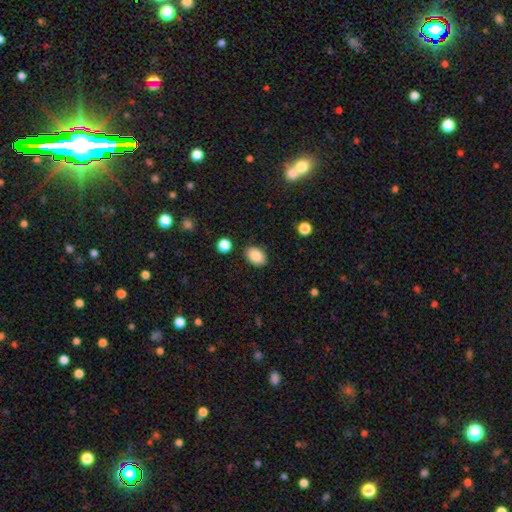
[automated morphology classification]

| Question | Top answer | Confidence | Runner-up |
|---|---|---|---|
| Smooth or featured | smooth | 86% | star or artifact (8%) |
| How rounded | in between | 85% | round (14%) |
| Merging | none | 85% | minor disturbance (10%) |